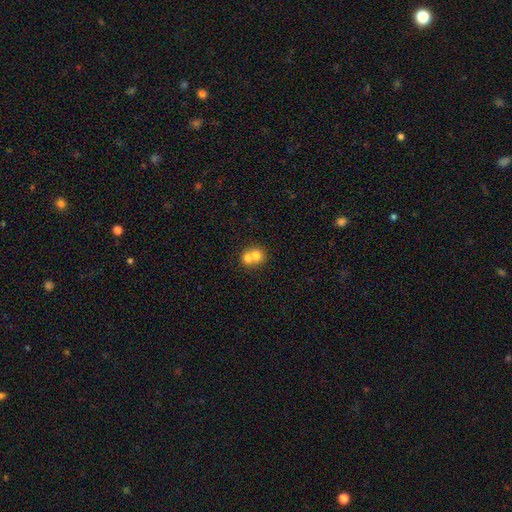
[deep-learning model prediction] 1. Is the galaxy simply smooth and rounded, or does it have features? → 70% smooth, 21% featured or disk, 10% star or artifact.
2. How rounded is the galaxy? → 77% round, 22% in between, 1% cigar-shaped.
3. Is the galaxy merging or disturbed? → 68% merger, 25% none, 5% minor disturbance, 2% major disturbance.